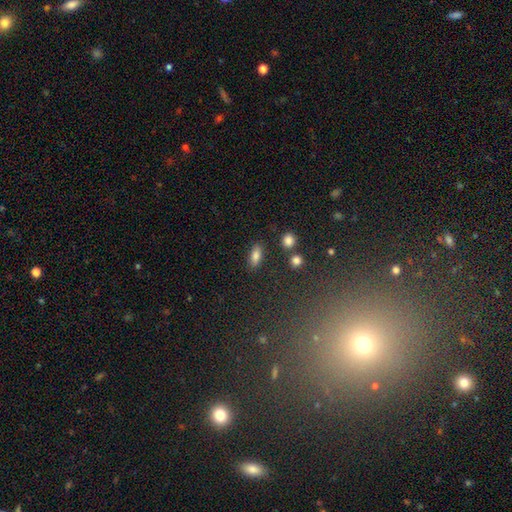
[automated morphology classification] Smooth or featured?
  - smooth: 82% *
  - star or artifact: 9%
  - featured or disk: 9%
How rounded?
  - in between: 82% *
  - cigar-shaped: 13%
  - round: 5%
Merging?
  - none: 84% *
  - minor disturbance: 9%
  - merger: 3%
  - major disturbance: 3%